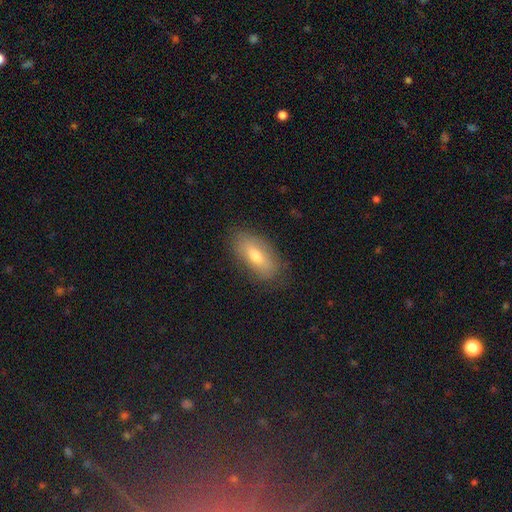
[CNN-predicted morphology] Overall: smooth (67%). How rounded: in between (83%). Merging: none (81%).